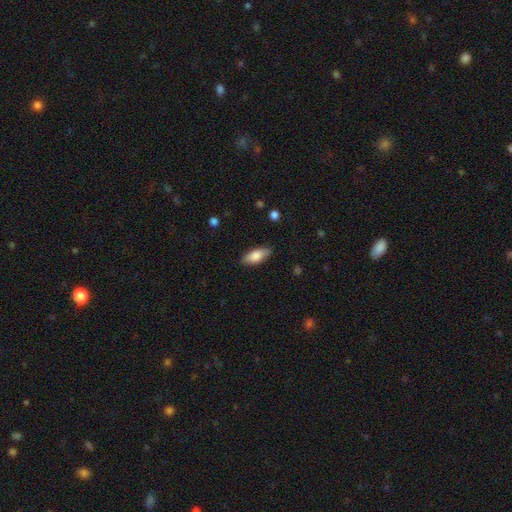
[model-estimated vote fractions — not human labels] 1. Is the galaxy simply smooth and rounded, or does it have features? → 80% smooth, 13% featured or disk, 6% star or artifact.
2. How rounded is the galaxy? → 82% in between, 15% cigar-shaped, 2% round.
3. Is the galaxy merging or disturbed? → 86% none, 11% minor disturbance, 2% major disturbance, 1% merger.